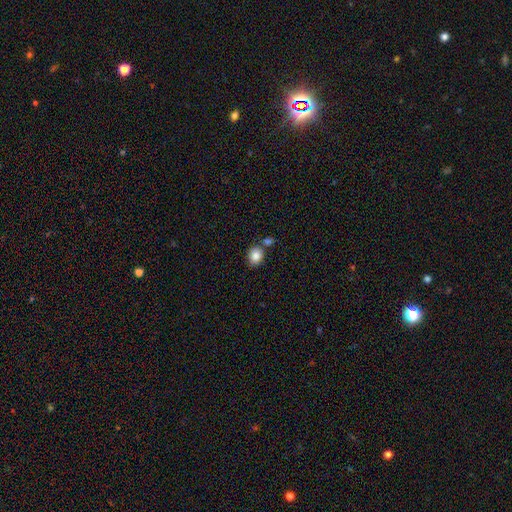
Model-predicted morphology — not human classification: This appears to be a smooth galaxy with no disk features (85%) that is round (62%). Merging: none (67%).